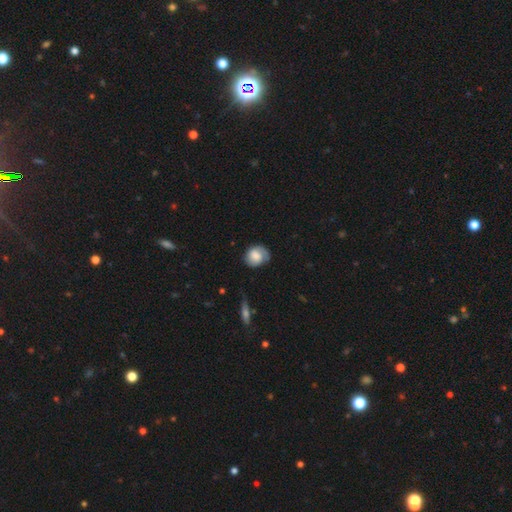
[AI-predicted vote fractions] smooth 64%, featured or disk 29%, star or artifact 7%. Down the decision tree: how rounded — round (65%); merging — none (59%).